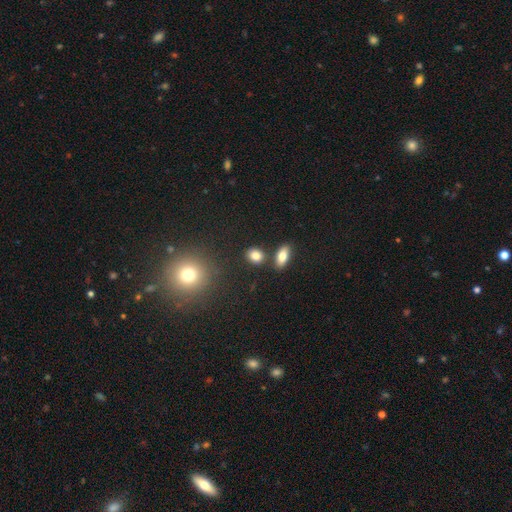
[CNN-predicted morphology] The model was most divided on "how rounded": in between: 51%, round: 47%, cigar-shaped: 3%. More confident: smooth or featured — smooth (83%); merging — none (75%).